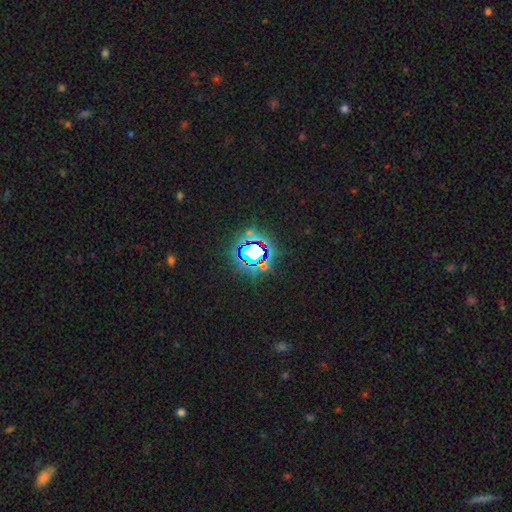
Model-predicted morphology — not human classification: star or artifact 73%, smooth 15%, featured or disk 12%.